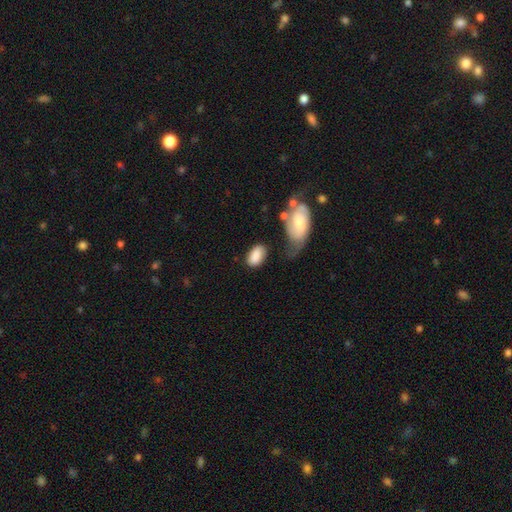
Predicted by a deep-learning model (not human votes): smooth_or_featured: smooth (p=0.86) [alt: featured or disk p=0.08]
how_rounded: in between (p=0.92) [alt: round p=0.07]
merging: none (p=0.60) [alt: minor disturbance p=0.22]